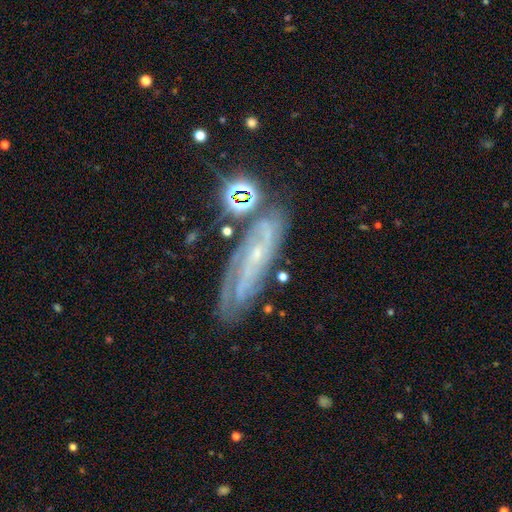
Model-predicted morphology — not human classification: Smooth or featured: featured or disk — 79% (star or artifact — 11%)
Edge-on disk: no — 85% (yes — 15%)
Bar: no — 53% (weak — 30%)
Spiral arms: yes — 95% (no — 5%)
Spiral winding: tight — 60% (medium — 31%)
Spiral arm count: 2 — 40% (can't tell — 29%)
Bulge size: small — 84% (moderate — 10%)
Merging: none — 69% (minor disturbance — 17%)